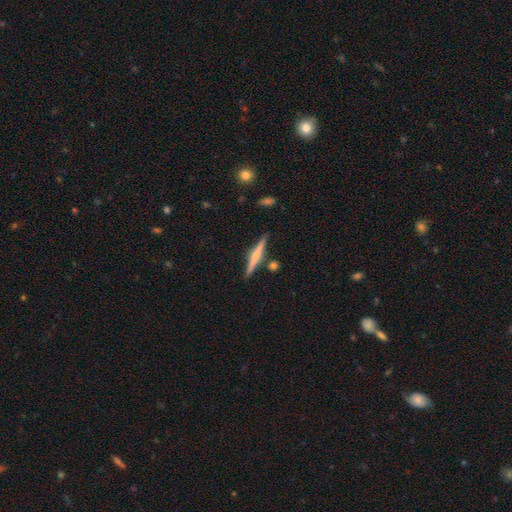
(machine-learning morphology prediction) This is possibly a featured or disk galaxy (58%). It is clearly viewed edge-on (97%). Edge-on bulge: likely rounded (61%). Merging: clearly none (84%).